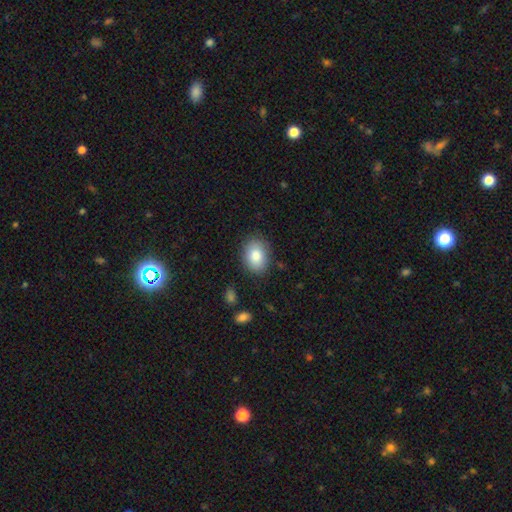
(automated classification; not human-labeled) smooth-or-featured: smooth: 85% | featured or disk: 8% | star or artifact: 7%
  how-rounded: in between: 72% | round: 27% | cigar-shaped: 1%
  merging: none: 83% | minor disturbance: 12% | major disturbance: 3% | merger: 2%